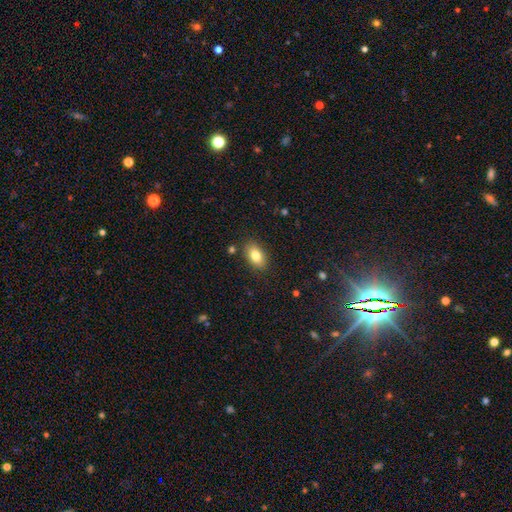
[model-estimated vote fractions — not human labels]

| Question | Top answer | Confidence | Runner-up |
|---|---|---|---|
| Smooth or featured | smooth | 81% | featured or disk (10%) |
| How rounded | in between | 89% | round (9%) |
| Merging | none | 86% | minor disturbance (10%) |